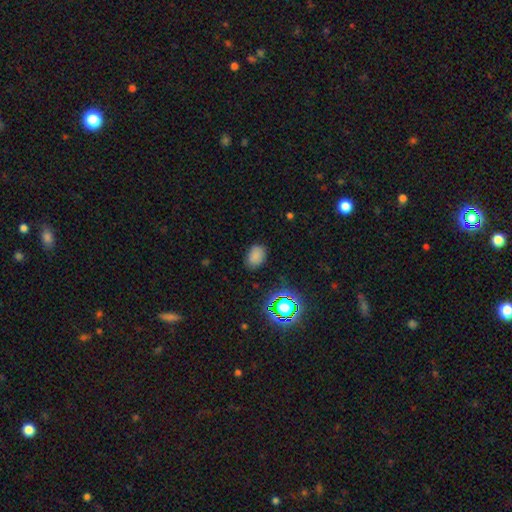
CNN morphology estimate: smooth_or_featured: smooth (p=0.76) [alt: star or artifact p=0.18]
how_rounded: in between (p=0.76) [alt: round p=0.22]
merging: none (p=0.82) [alt: minor disturbance p=0.13]